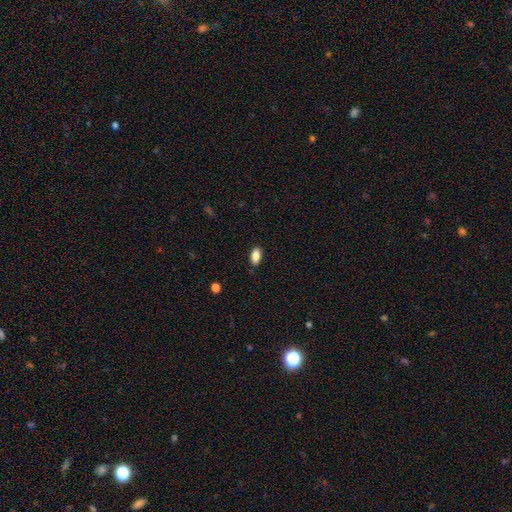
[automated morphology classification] Smooth or featured: smooth — 86% (star or artifact — 8%)
How rounded: in between — 91% (cigar-shaped — 5%)
Merging: none — 87% (minor disturbance — 10%)